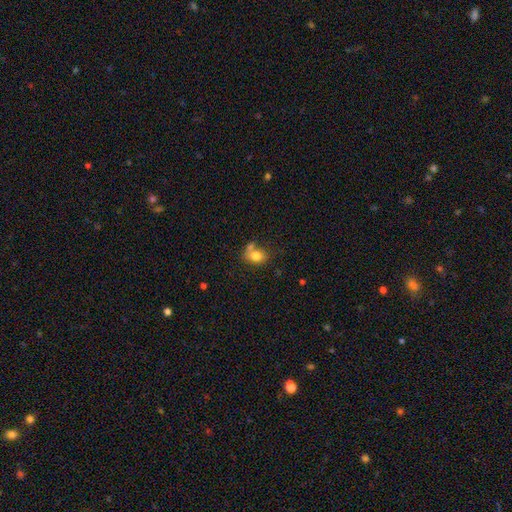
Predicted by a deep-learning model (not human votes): This appears to be a smooth galaxy with no disk features (78%) that is in between round and cigar-shaped (63%). Merging: none (45%).